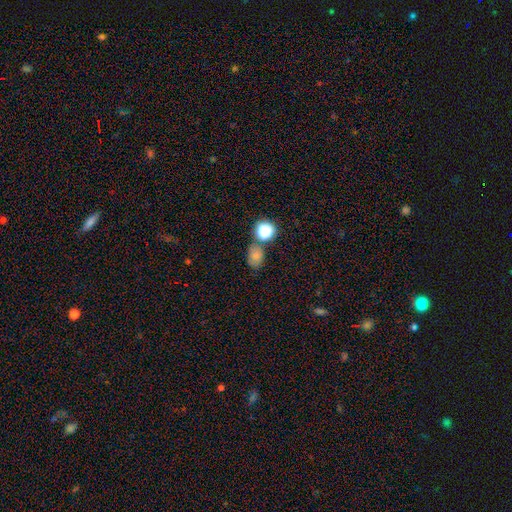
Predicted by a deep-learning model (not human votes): Smooth or featured? Predicted: smooth (p=0.73). How rounded? Predicted: in between (p=0.67). Merging? Predicted: none (p=0.66).